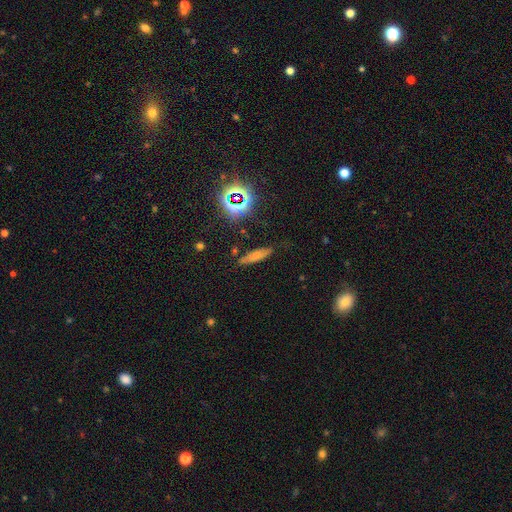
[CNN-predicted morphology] Smooth or featured? Predicted: smooth (p=0.66). How rounded? Predicted: cigar-shaped (p=0.72). Merging? Predicted: none (p=0.79).